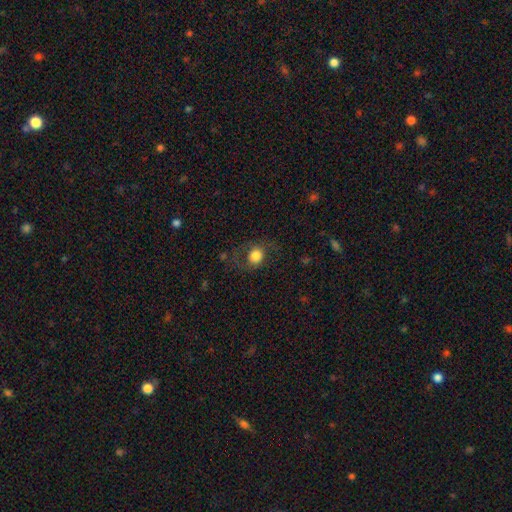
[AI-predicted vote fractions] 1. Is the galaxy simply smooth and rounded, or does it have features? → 74% smooth, 16% featured or disk, 10% star or artifact.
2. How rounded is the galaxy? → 70% round, 29% in between, 1% cigar-shaped.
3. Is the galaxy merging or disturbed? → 61% none, 19% minor disturbance, 18% major disturbance, 2% merger.